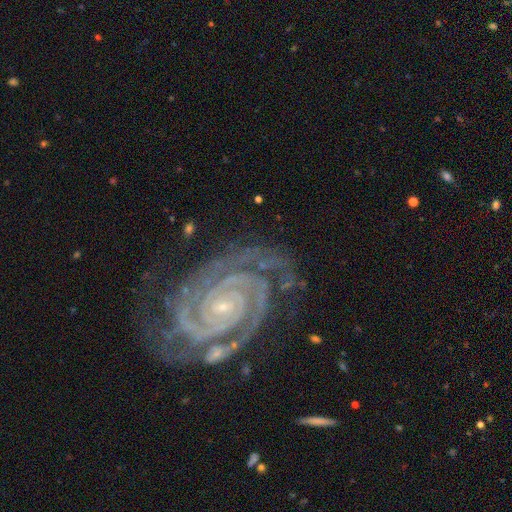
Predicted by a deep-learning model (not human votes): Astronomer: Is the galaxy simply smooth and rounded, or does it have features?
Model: featured or disk — 92%.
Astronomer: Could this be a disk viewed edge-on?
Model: no — 98%.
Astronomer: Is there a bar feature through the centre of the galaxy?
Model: no — 67%.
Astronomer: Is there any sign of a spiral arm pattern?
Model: yes — 99%.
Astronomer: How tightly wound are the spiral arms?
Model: tight — 85%.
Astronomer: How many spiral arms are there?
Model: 2 — 64%.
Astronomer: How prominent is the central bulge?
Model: small — 86%.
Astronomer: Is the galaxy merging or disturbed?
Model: none — 77%.